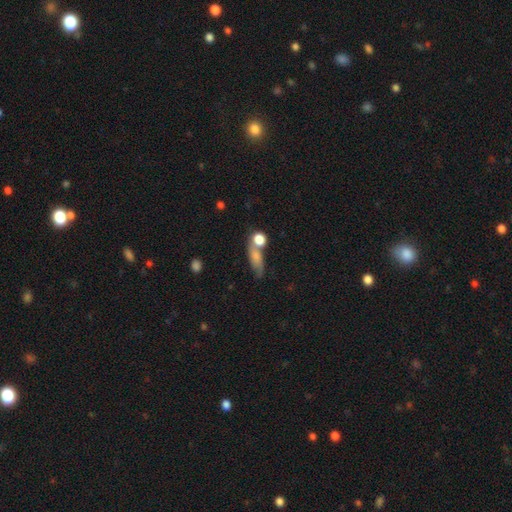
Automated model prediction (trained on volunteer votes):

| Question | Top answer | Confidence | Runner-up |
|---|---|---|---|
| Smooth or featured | smooth | 71% | featured or disk (18%) |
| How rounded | in between | 49% | cigar-shaped (32%) |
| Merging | none | 44% | merger (28%) |